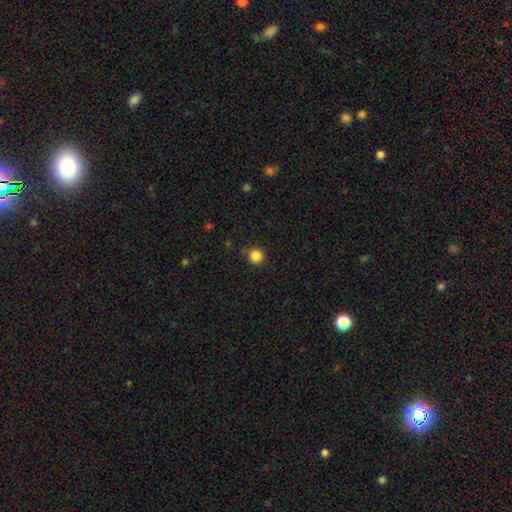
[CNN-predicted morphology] Smooth or featured? smooth (84%)
How rounded? round (94%)
Merging? none (89%)